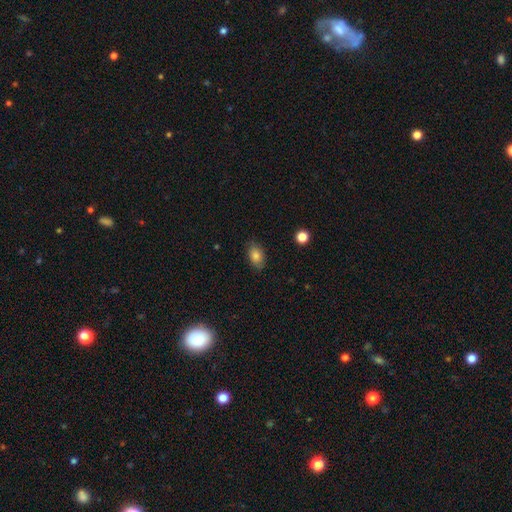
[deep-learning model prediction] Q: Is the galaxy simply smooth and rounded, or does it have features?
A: smooth — 82%.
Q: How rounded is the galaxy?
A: in between — 87%.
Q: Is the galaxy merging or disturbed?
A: none — 82%.